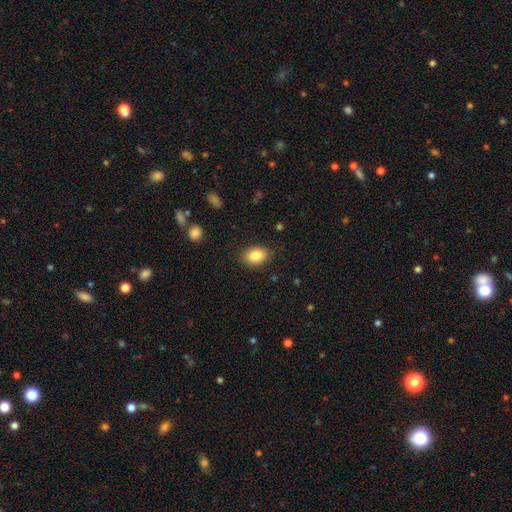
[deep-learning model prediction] Overall: smooth (86%). How rounded: in between (83%). Merging: none (86%).